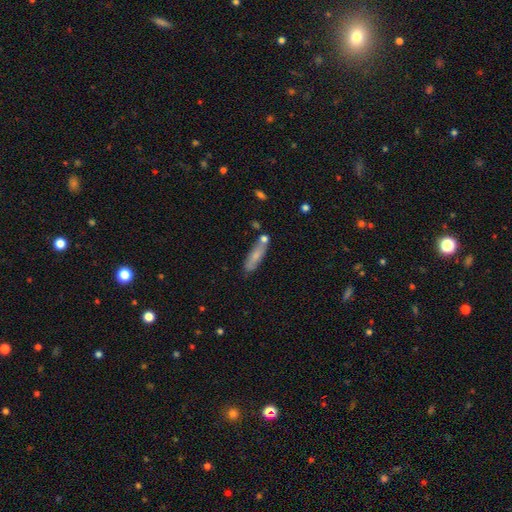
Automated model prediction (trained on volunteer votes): Overall: smooth (69%). How rounded: cigar-shaped (66%; in between 32%). Merging: none (65%).